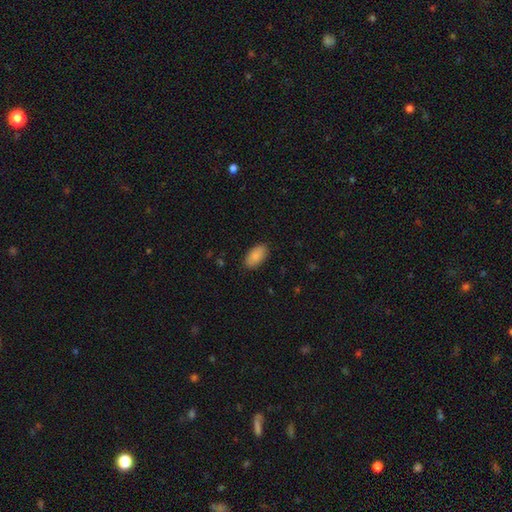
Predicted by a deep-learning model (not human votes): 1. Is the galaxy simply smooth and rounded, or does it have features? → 88% smooth, 6% star or artifact, 6% featured or disk.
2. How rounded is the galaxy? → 95% in between, 3% round, 2% cigar-shaped.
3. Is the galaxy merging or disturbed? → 88% none, 9% minor disturbance, 2% major disturbance, 1% merger.